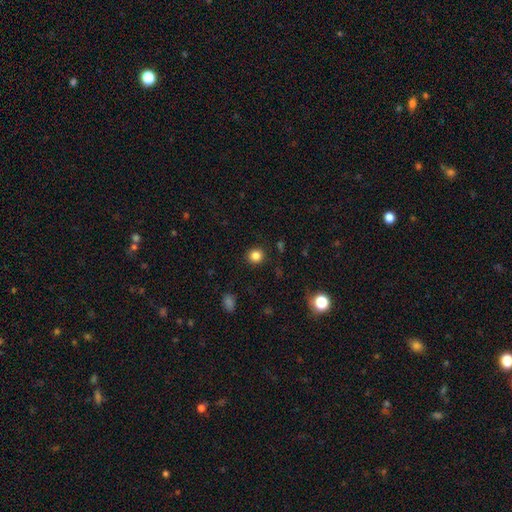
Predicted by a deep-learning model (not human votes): The model was most divided on "smooth or featured": smooth: 83%, star or artifact: 12%, featured or disk: 4%. More confident: how rounded — round (91%); merging — none (91%).